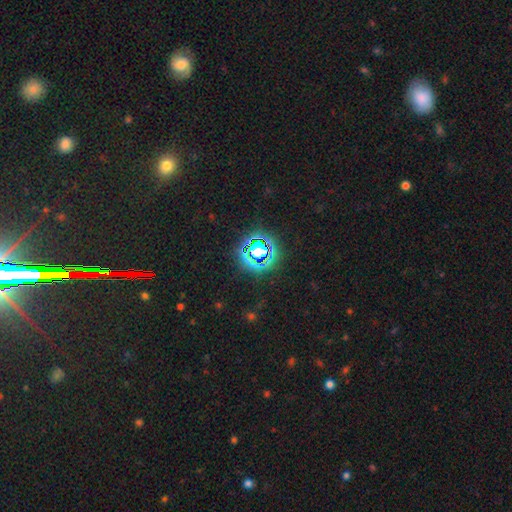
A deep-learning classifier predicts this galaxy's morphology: Smooth or featured? star or artifact (80%)